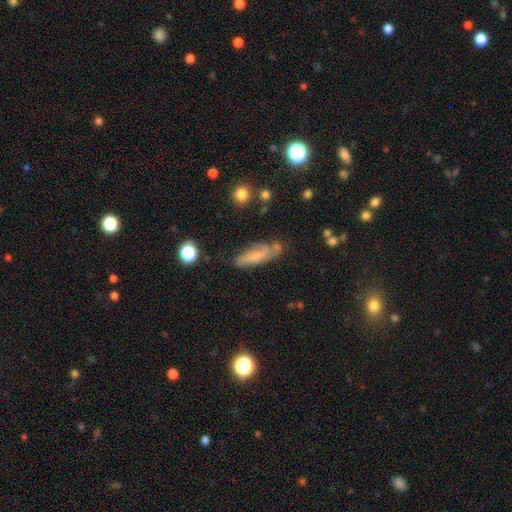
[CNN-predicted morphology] smooth-or-featured: smooth: 55% | featured or disk: 36% | star or artifact: 9%
  how-rounded: in between: 51% | cigar-shaped: 46% | round: 3%
  merging: none: 57% | minor disturbance: 25% | major disturbance: 9% | merger: 8%